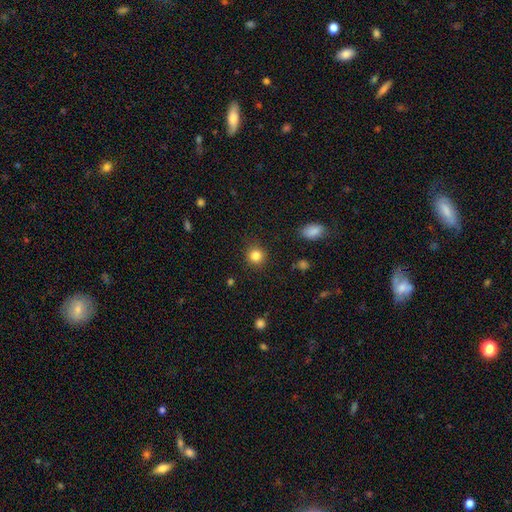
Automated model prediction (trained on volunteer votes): smooth-or-featured: smooth: 84% | star or artifact: 11% | featured or disk: 5%
  how-rounded: round: 91% | in between: 8% | cigar-shaped: 1%
  merging: none: 89% | minor disturbance: 7% | major disturbance: 2% | merger: 1%